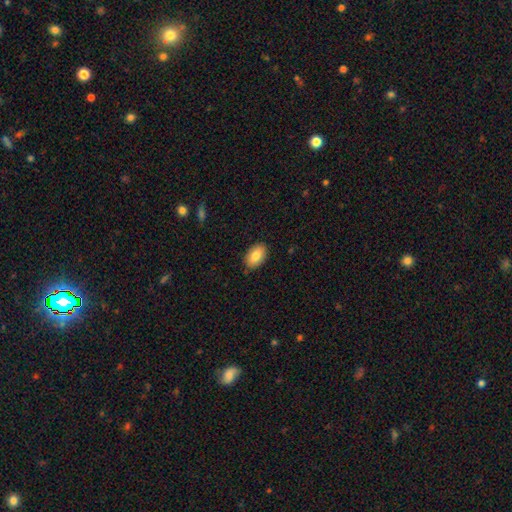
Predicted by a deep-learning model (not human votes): The model was most divided on "smooth or featured": smooth: 84%, featured or disk: 10%, star or artifact: 7%. More confident: how rounded — in between (93%); merging — none (88%).